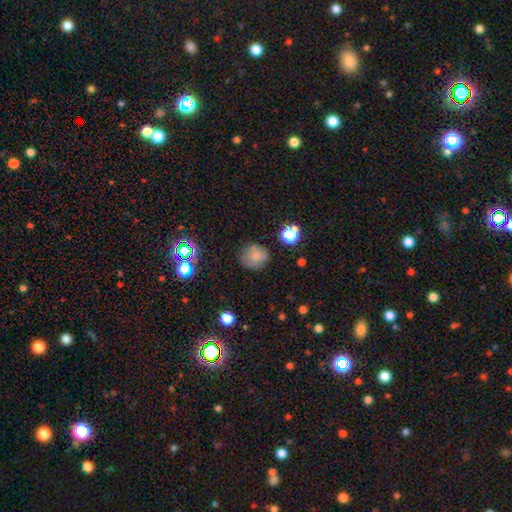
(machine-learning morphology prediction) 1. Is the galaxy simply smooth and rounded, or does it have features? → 71% smooth, 15% featured or disk, 14% star or artifact.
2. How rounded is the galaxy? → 80% round, 19% in between, 1% cigar-shaped.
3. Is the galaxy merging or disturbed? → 72% none, 19% minor disturbance, 6% major disturbance, 4% merger.